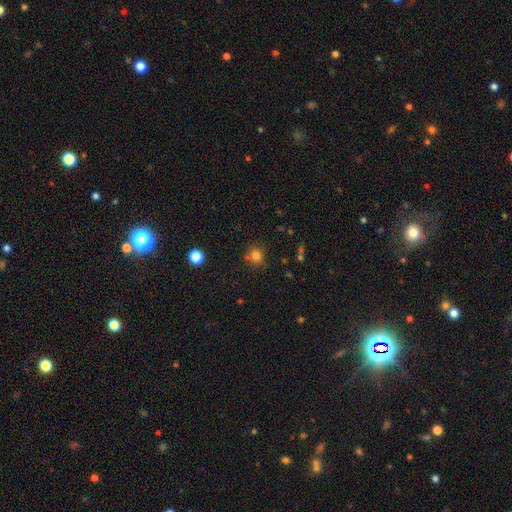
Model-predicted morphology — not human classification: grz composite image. It shows a smooth galaxy with no disk features (79%) that is round (76%). Merging: none (71%).